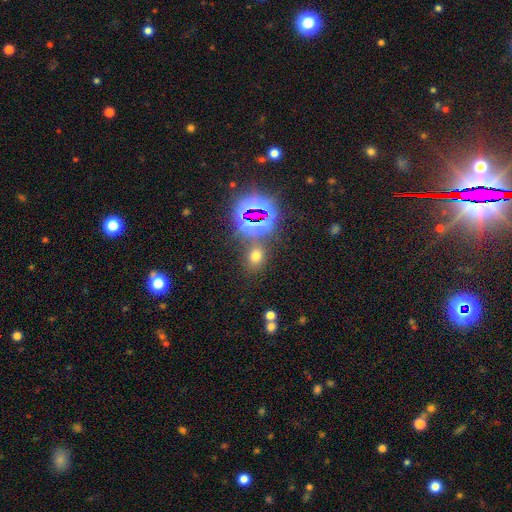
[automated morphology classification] type=smooth (59%); roundness=round (56%); merging=none (75%).